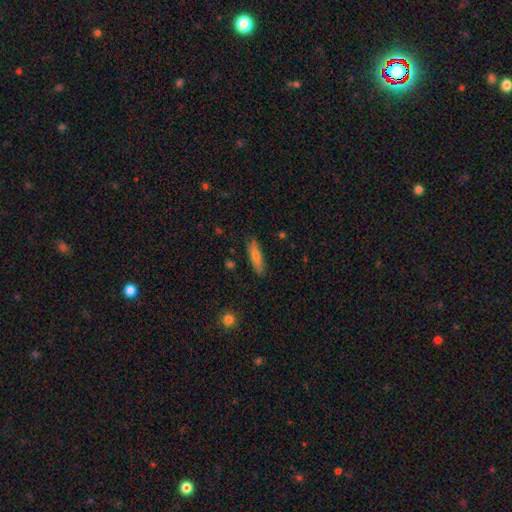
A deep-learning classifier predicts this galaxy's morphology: smooth-or-featured: smooth: 69% | featured or disk: 24% | star or artifact: 7%
  how-rounded: cigar-shaped: 75% | in between: 23% | round: 2%
  merging: none: 85% | minor disturbance: 11% | major disturbance: 2% | merger: 2%